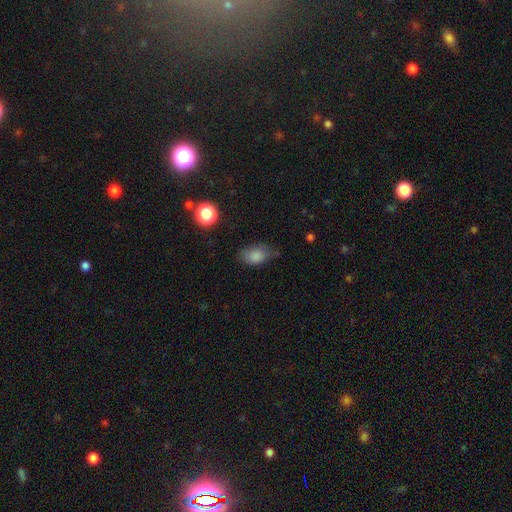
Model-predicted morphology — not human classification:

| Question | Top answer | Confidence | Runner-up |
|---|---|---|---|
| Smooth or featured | smooth | 83% | star or artifact (9%) |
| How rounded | in between | 86% | round (13%) |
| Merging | none | 61% | minor disturbance (29%) |